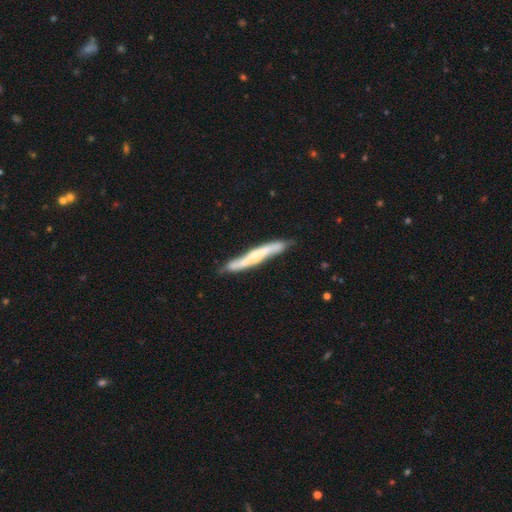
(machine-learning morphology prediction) A featured or disk galaxy (61%) viewed edge-on (77%).

Vote fractions:
- Smooth or featured? featured or disk: 61% / smooth: 34% / star or artifact: 5%
- Edge-on disk? yes: 77% / no: 23%
- Merging? none: 75% / minor disturbance: 19% / major disturbance: 4% / merger: 3%